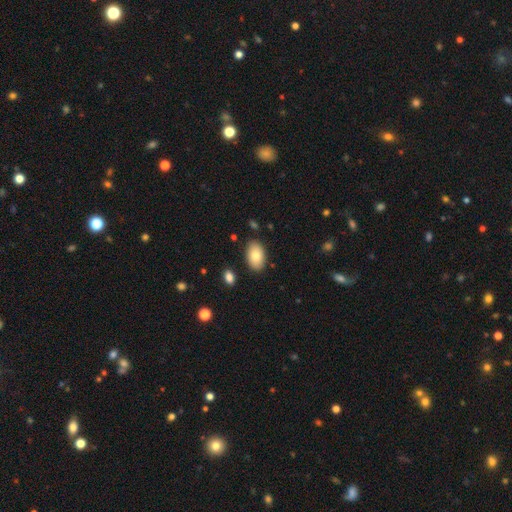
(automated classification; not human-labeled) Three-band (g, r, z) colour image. It shows a smooth galaxy with no disk features (84%) that is in between round and cigar-shaped (92%). Merging: none (86%).